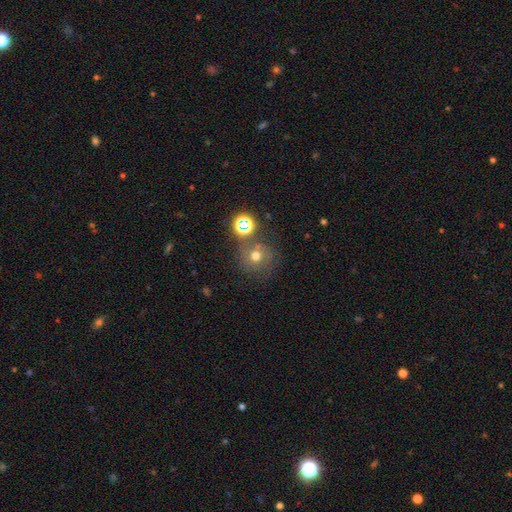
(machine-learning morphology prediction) Smooth or featured? smooth (60%)
How rounded? round (88%)
Merging? none (61%)